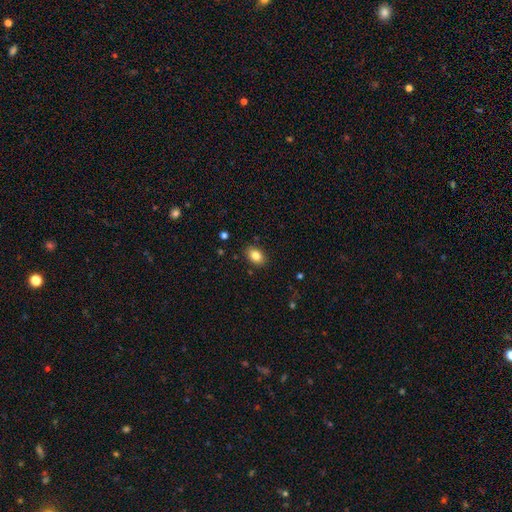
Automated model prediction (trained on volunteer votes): smooth-or-featured: smooth: 84% | star or artifact: 9% | featured or disk: 8%
  how-rounded: in between: 82% | round: 17% | cigar-shaped: 1%
  merging: none: 88% | minor disturbance: 9% | major disturbance: 2% | merger: 1%